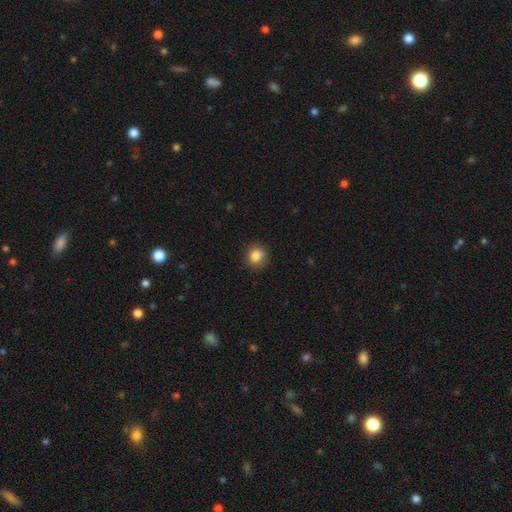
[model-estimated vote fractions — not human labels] This appears to be a smooth galaxy with no disk features (84%) that is round (80%). Merging: none (84%).